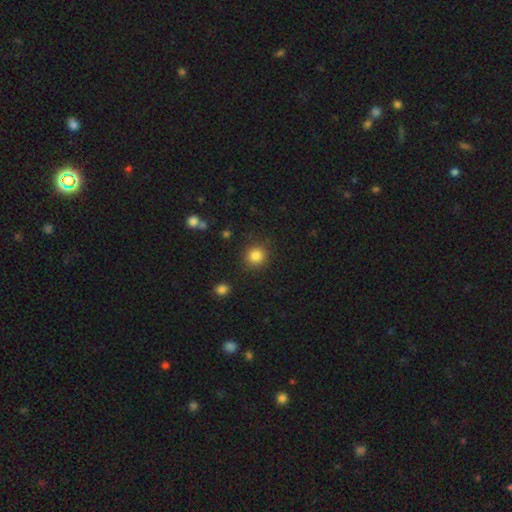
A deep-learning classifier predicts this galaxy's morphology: Smooth or featured? smooth (85%)
How rounded? round (89%)
Merging? none (89%)